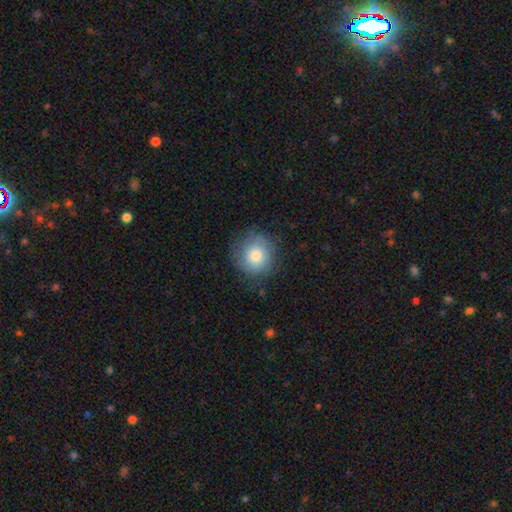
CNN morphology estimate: type=smooth (77%); roundness=round (89%); merging=none (75%).